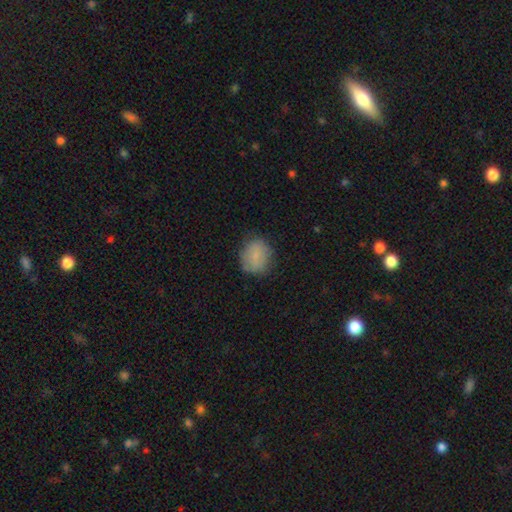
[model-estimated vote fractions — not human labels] Smooth or featured?
  - smooth: 82% *
  - featured or disk: 11%
  - star or artifact: 8%
How rounded?
  - round: 68% *
  - in between: 31%
  - cigar-shaped: 1%
Merging?
  - none: 76% *
  - minor disturbance: 18%
  - major disturbance: 5%
  - merger: 1%